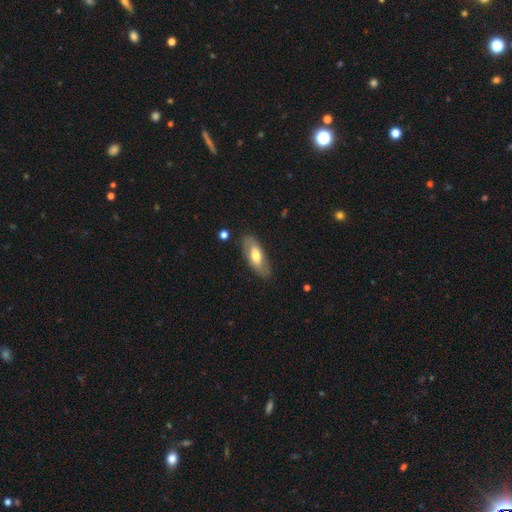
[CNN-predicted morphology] Q: Smooth or featured?
A: smooth (52%); runner-up: featured or disk (43%)
Q: How rounded?
A: in between (79%); runner-up: cigar-shaped (18%)
Q: Merging?
A: none (80%); runner-up: minor disturbance (14%)